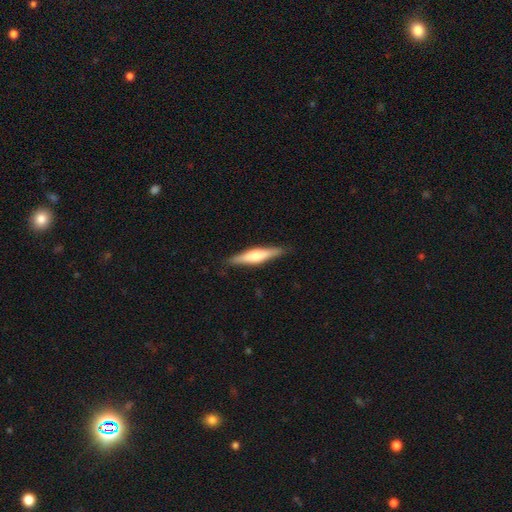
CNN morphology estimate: Smooth or featured: featured or disk — 51% (smooth — 44%)
Edge-on disk: yes — 95% (no — 5%)
Merging: none — 88% (minor disturbance — 9%)